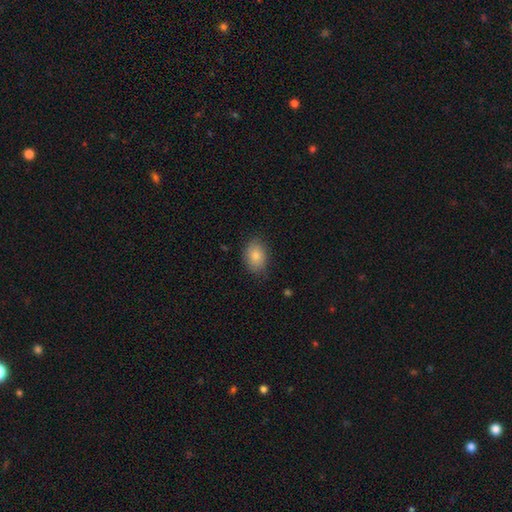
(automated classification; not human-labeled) This is clearly a smooth galaxy (85%). How rounded: likely in between (77%). Merging: likely none (80%).